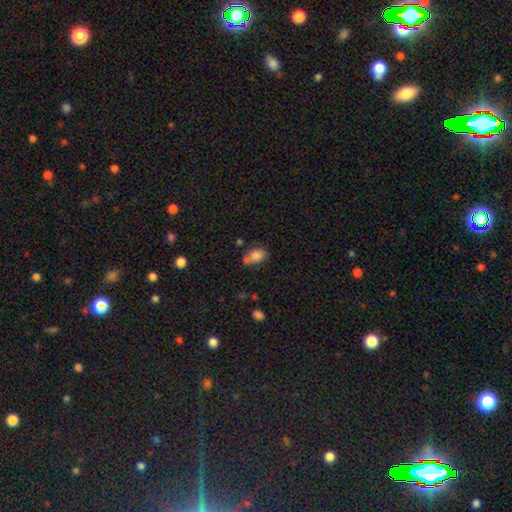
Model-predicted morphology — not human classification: Smooth or featured? smooth (80%)
How rounded? in between (74%)
Merging? none (46%)